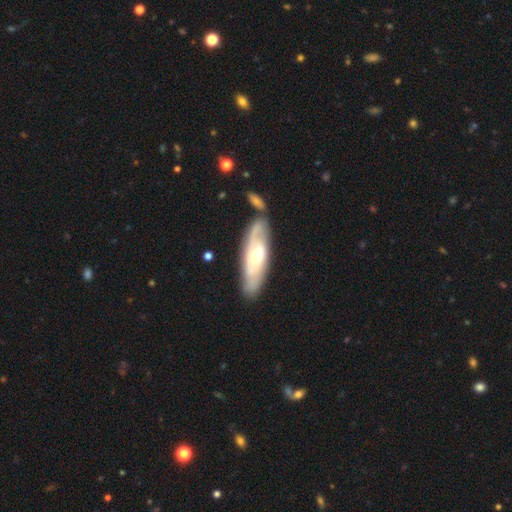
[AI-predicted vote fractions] Q: Smooth or featured?
A: featured or disk (65%); runner-up: smooth (30%)
Q: Edge-on disk?
A: no (72%); runner-up: yes (28%)
Q: Merging?
A: none (71%); runner-up: minor disturbance (15%)